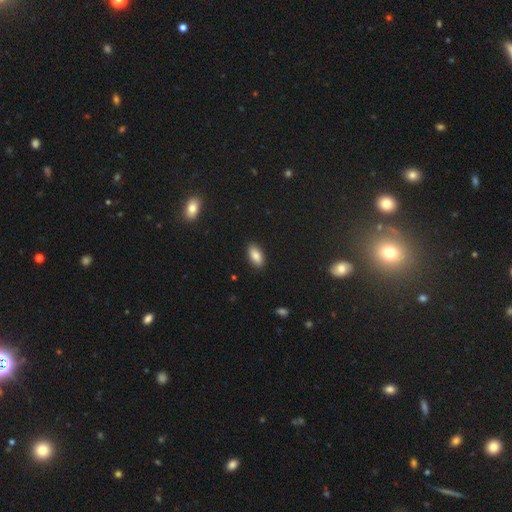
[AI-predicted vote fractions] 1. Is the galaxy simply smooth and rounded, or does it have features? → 86% smooth, 8% star or artifact, 6% featured or disk.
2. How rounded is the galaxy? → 91% in between, 6% cigar-shaped, 3% round.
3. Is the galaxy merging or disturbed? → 88% none, 9% minor disturbance, 2% major disturbance, 1% merger.